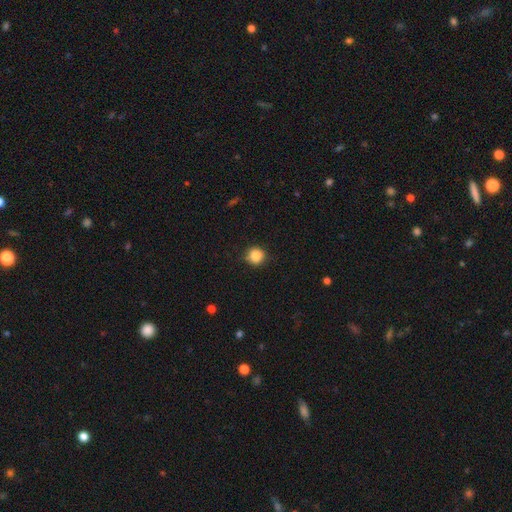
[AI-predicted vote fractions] This appears to be a smooth galaxy with no disk features (87%) that is round (91%). Merging: none (82%).